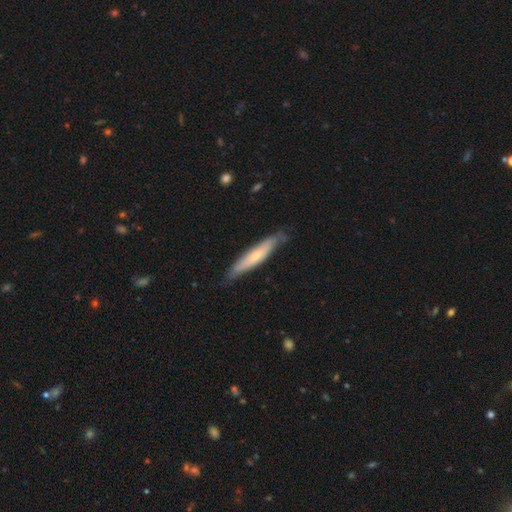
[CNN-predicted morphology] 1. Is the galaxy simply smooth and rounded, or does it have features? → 52% smooth, 43% featured or disk, 5% star or artifact.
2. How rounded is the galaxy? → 89% cigar-shaped, 10% in between, 1% round.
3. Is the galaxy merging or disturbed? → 77% none, 19% minor disturbance, 3% major disturbance, 1% merger.